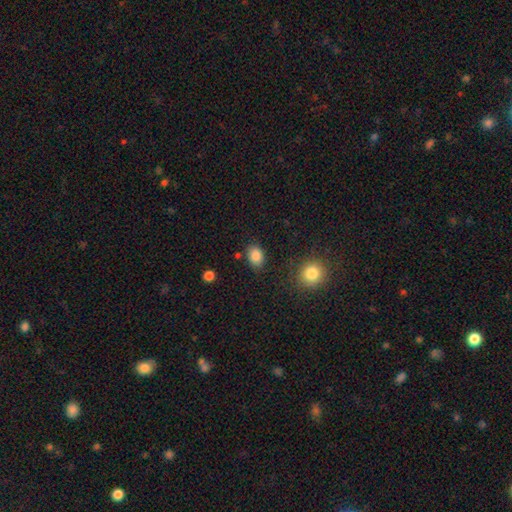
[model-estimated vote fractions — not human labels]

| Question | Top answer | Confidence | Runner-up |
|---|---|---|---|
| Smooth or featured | smooth | 87% | star or artifact (9%) |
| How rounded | in between | 74% | round (25%) |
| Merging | none | 80% | minor disturbance (13%) |